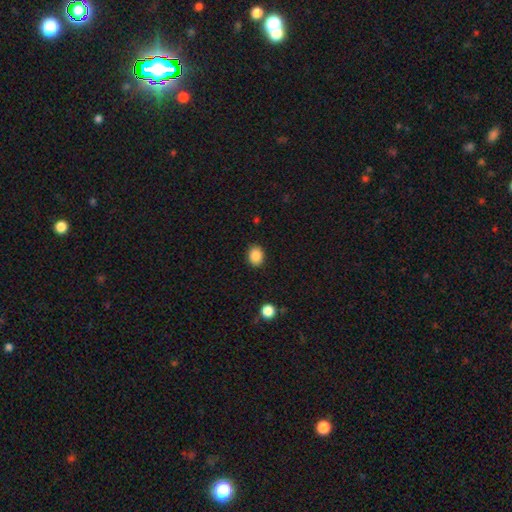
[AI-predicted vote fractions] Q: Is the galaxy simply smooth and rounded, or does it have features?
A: smooth — 87%.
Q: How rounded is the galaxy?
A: round — 59%.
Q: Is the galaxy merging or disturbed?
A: none — 88%.